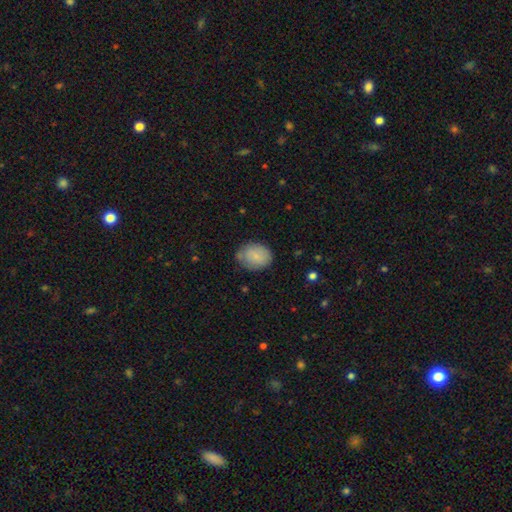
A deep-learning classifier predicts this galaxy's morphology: smooth-or-featured: smooth: 80% | featured or disk: 13% | star or artifact: 7%
  how-rounded: in between: 58% | round: 41% | cigar-shaped: 1%
  merging: none: 71% | minor disturbance: 21% | major disturbance: 5% | merger: 3%